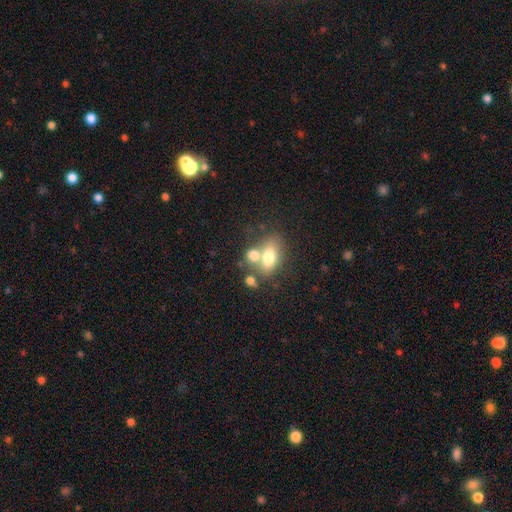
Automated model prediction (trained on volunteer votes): Smooth or featured? Predicted: smooth (p=0.69). How rounded? Predicted: in between (p=0.79). Merging? Predicted: merger (p=0.41, tied with none).